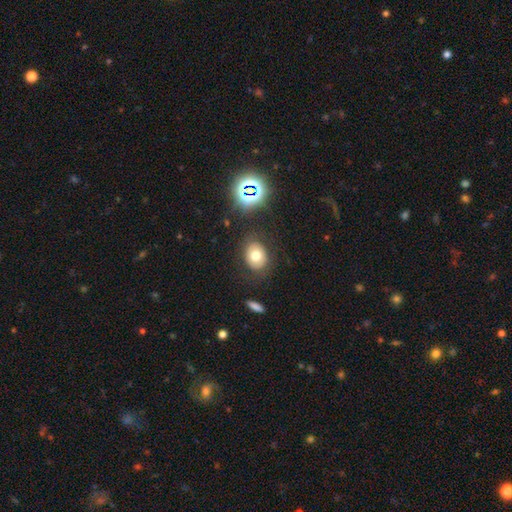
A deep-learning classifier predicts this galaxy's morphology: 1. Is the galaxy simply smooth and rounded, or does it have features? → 69% smooth, 17% featured or disk, 14% star or artifact.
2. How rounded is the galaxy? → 54% in between, 45% round, 1% cigar-shaped.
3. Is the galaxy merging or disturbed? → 80% none, 12% minor disturbance, 5% major disturbance, 2% merger.